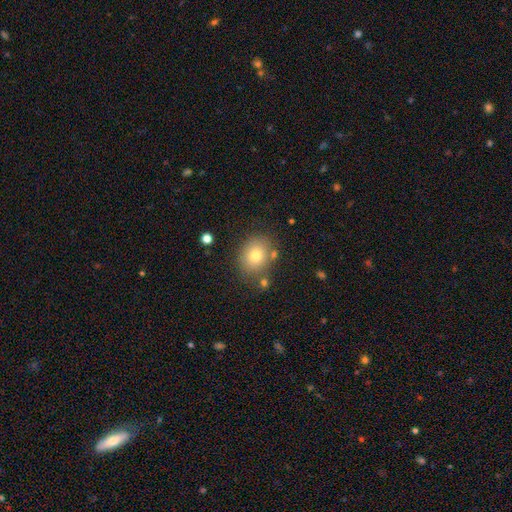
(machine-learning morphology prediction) Smooth or featured? Predicted: smooth (p=0.75). How rounded? Predicted: round (p=0.57). Merging? Predicted: none (p=0.76).